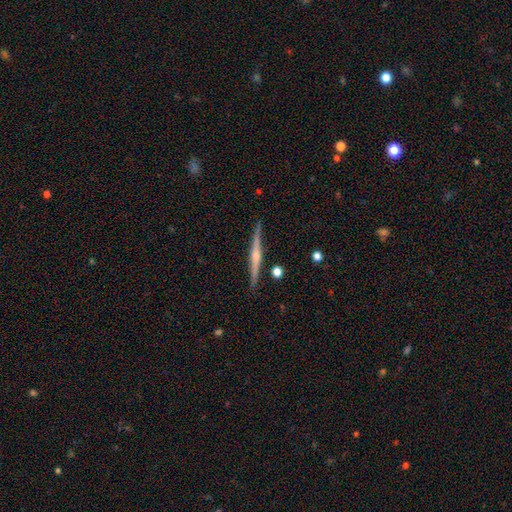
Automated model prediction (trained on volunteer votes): smooth_or_featured: featured or disk (p=0.77) [alt: smooth p=0.16]
disk_edge_on: yes (p=0.98) [alt: no p=0.02]
edge_on_bulge: rounded (p=0.81) [alt: none p=0.13]
merging: none (p=0.89) [alt: minor disturbance p=0.08]